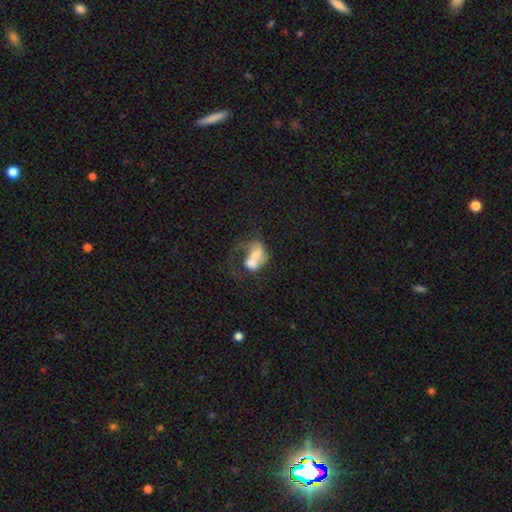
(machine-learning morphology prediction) This is possibly a smooth galaxy (47%). Merging: possibly merger (48%).